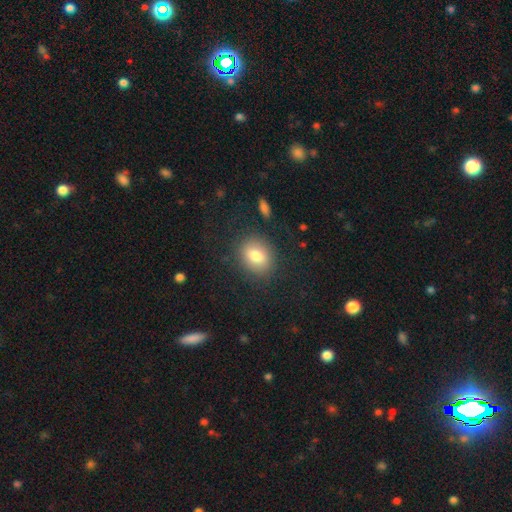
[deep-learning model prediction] A smooth galaxy with no disk features (78%) that is round (55%). Merging: none (83%).